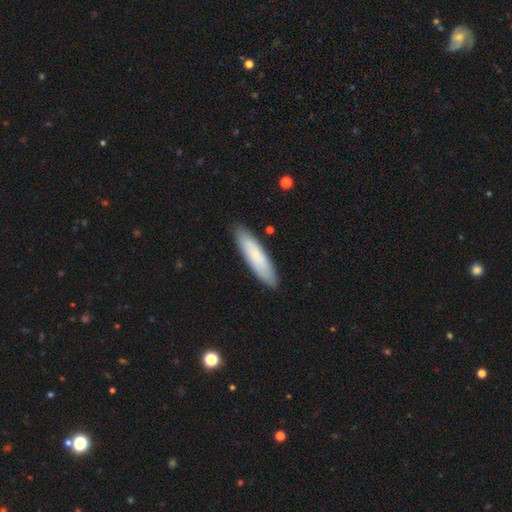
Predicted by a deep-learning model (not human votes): Q: Smooth or featured?
A: smooth (77%); runner-up: featured or disk (18%)
Q: How rounded?
A: cigar-shaped (74%); runner-up: in between (25%)
Q: Merging?
A: none (88%); runner-up: minor disturbance (9%)